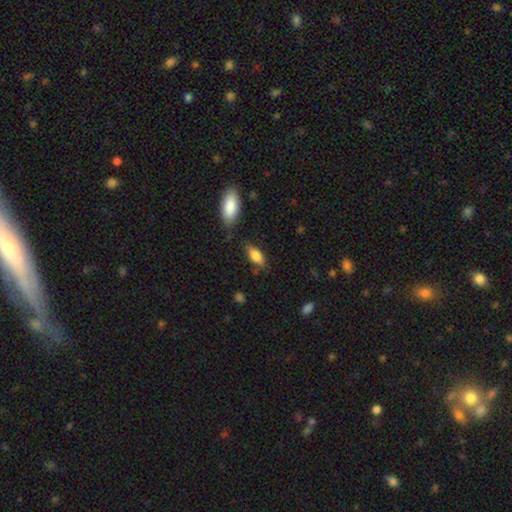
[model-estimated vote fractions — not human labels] smooth-or-featured: smooth: 79% | featured or disk: 14% | star or artifact: 7%
  how-rounded: in between: 73% | cigar-shaped: 24% | round: 2%
  merging: none: 74% | minor disturbance: 17% | merger: 5% | major disturbance: 4%